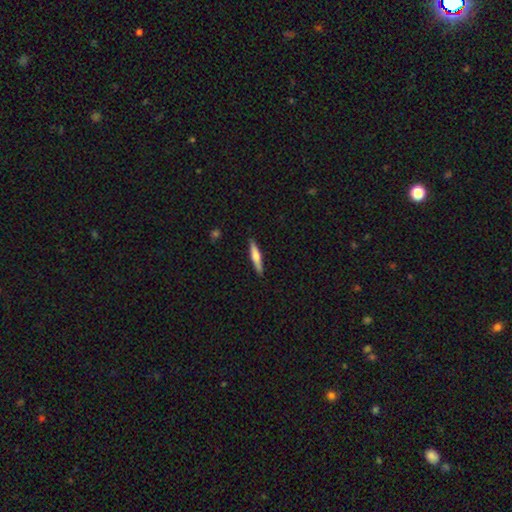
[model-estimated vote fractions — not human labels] Smooth or featured?
  - smooth: 55% *
  - featured or disk: 40%
  - star or artifact: 5%
How rounded?
  - cigar-shaped: 89% *
  - in between: 9%
  - round: 2%
Merging?
  - none: 90% *
  - minor disturbance: 7%
  - major disturbance: 1%
  - merger: 1%